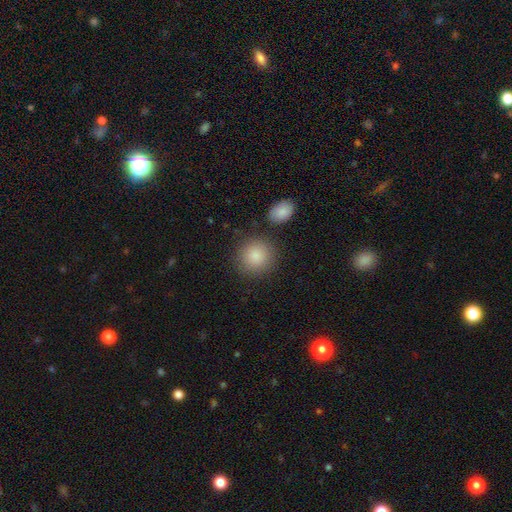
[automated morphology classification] This is clearly a smooth galaxy (88%). How rounded: clearly round (88%). Merging: clearly none (83%).